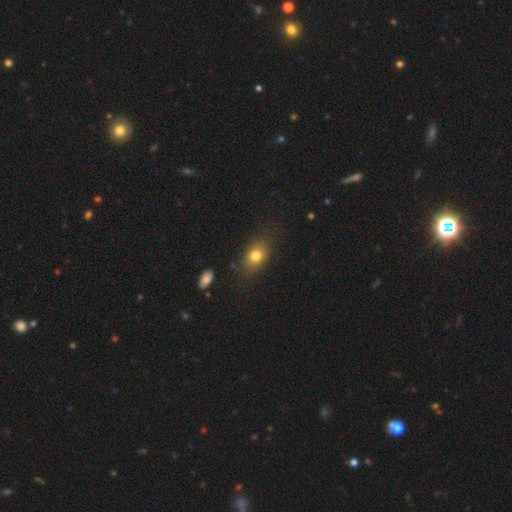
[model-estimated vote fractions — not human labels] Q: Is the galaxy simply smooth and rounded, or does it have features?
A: smooth — 76%.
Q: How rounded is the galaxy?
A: in between — 71%.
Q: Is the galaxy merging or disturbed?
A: none — 77%.